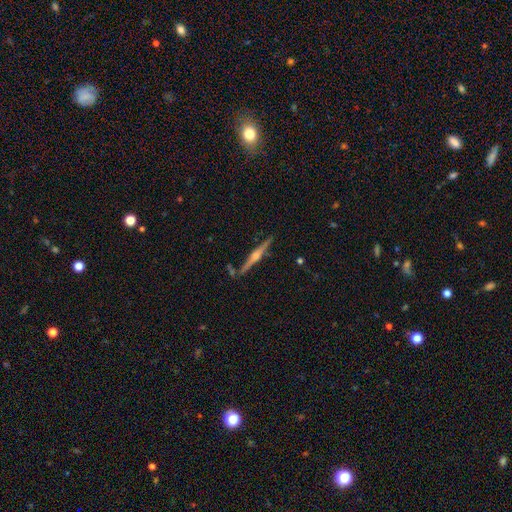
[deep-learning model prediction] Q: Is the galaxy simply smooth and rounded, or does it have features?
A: featured or disk — 78%.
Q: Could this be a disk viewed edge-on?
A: yes — 98%.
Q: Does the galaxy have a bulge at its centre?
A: rounded — 85%.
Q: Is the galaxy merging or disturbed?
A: none — 86%.